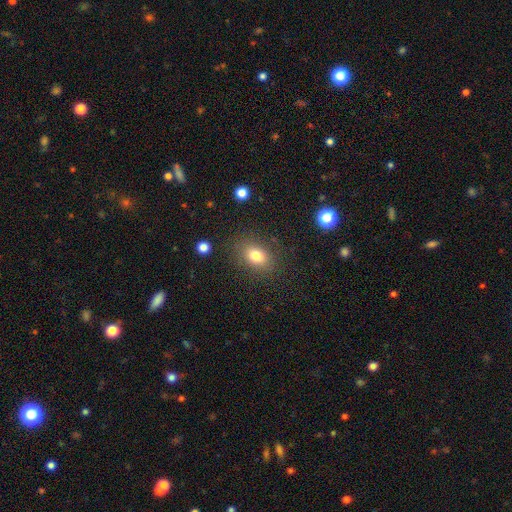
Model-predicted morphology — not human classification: The model was most divided on "how rounded": in between: 70%, round: 29%, cigar-shaped: 1%. More confident: merging — none (83%); smooth or featured — smooth (79%).